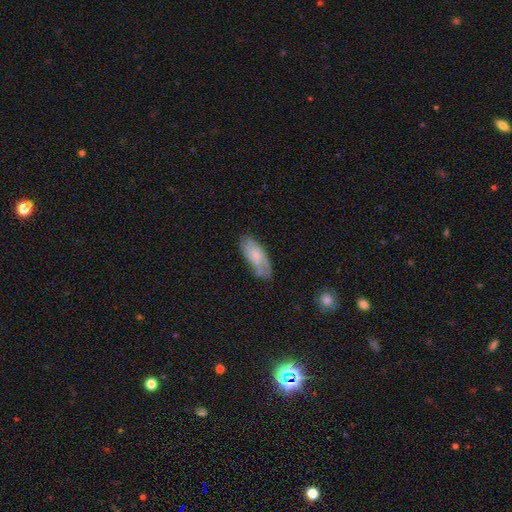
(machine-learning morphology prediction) Overall: smooth (51%; featured or disk 43%). How rounded: in between (81%). Merging: none (58%; minor disturbance 29%).